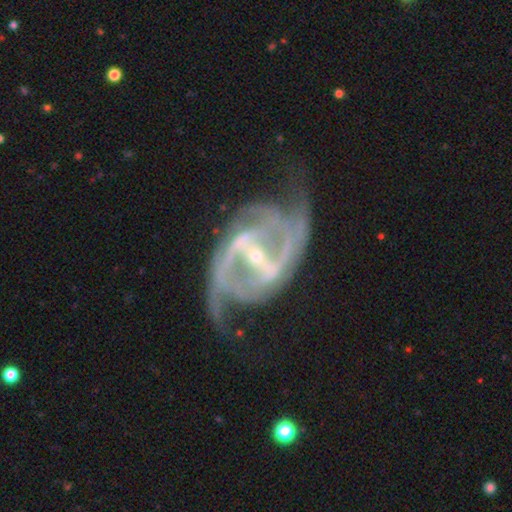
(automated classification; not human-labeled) smooth-or-featured: featured or disk: 92% | star or artifact: 5% | smooth: 2%
  disk-edge-on: no: 97% | yes: 3%
    bar: strong: 72% | weak: 21% | no: 7%
    has-spiral-arms: yes: 98% | no: 2%
      spiral-winding: medium: 50% | loose: 32% | tight: 18%
      spiral-arm-count: 2: 82% | 3: 6% | can't tell: 4% | 4: 3% | 1: 2% | more than 4: 2%
    bulge-size: small: 73% | moderate: 23% | none: 2% | large: 1% | dominant: 1%
  merging: none: 62% | minor disturbance: 19% | major disturbance: 16% | merger: 3%